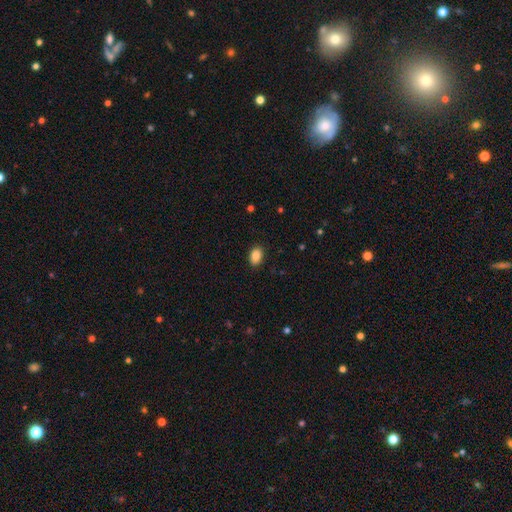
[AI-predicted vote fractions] smooth_or_featured: smooth (p=0.88) [alt: star or artifact p=0.08]
how_rounded: in between (p=0.84) [alt: round p=0.15]
merging: none (p=0.89) [alt: minor disturbance p=0.08]